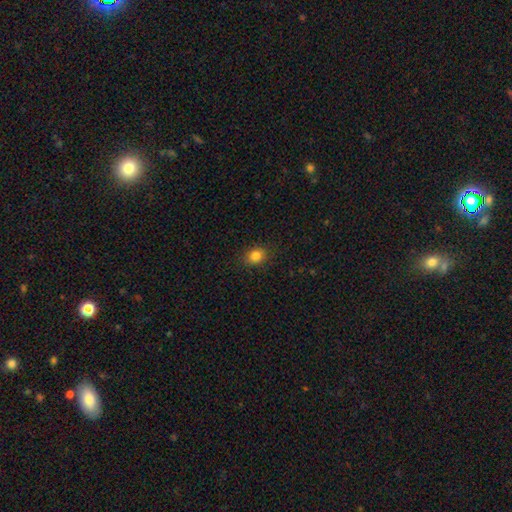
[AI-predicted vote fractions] Smooth or featured? smooth (84%)
How rounded? round (56%)
Merging? none (88%)